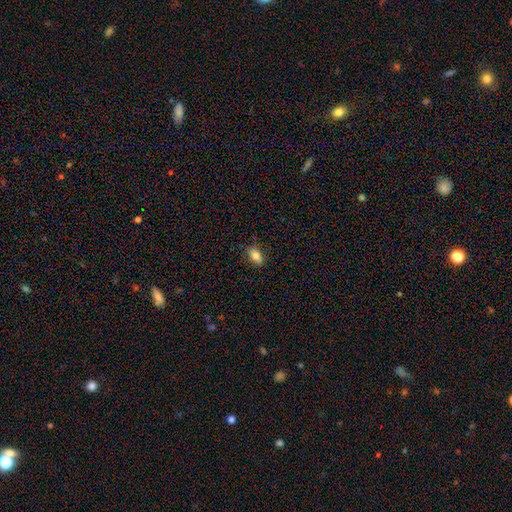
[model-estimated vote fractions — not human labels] Smooth or featured: smooth — 81% (featured or disk — 10%)
How rounded: in between — 86% (round — 11%)
Merging: none — 84% (minor disturbance — 12%)